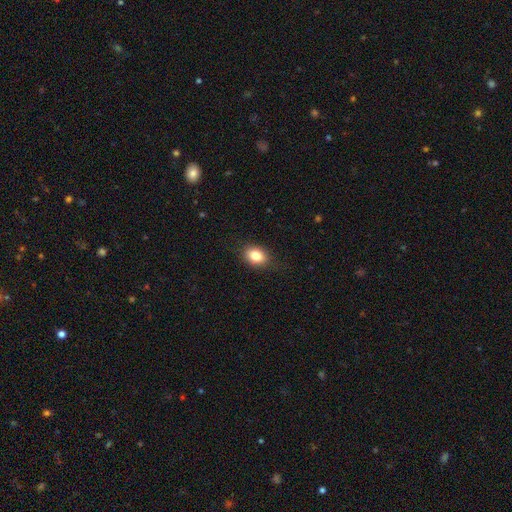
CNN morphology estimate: Smooth or featured: smooth — 83% (star or artifact — 9%)
How rounded: in between — 72% (round — 27%)
Merging: none — 83% (minor disturbance — 13%)